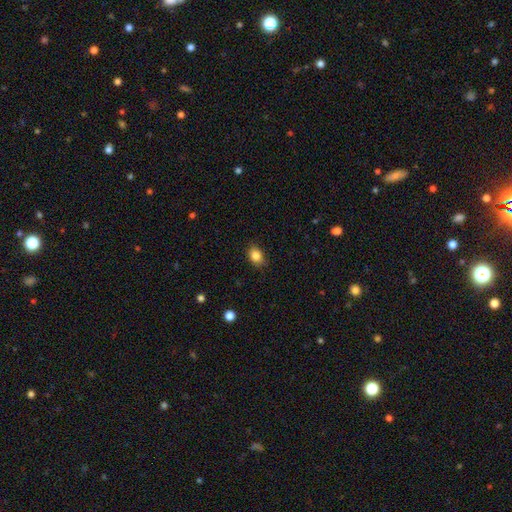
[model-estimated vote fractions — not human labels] A smooth galaxy with no disk features (85%) that is in between round and cigar-shaped (66%). Merging: none (82%).